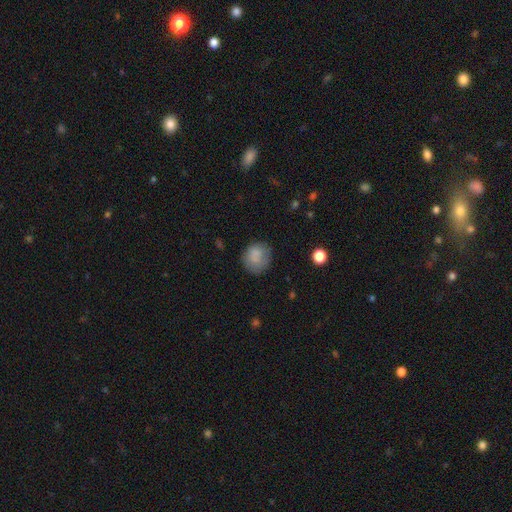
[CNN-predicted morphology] A smooth galaxy with no disk features (79%) that is round (76%).

Vote fractions:
- Smooth or featured? smooth: 79% / featured or disk: 12% / star or artifact: 9%
- How rounded? round: 76% / in between: 23% / cigar-shaped: 1%
- Merging? none: 68% / minor disturbance: 21% / major disturbance: 9% / merger: 2%